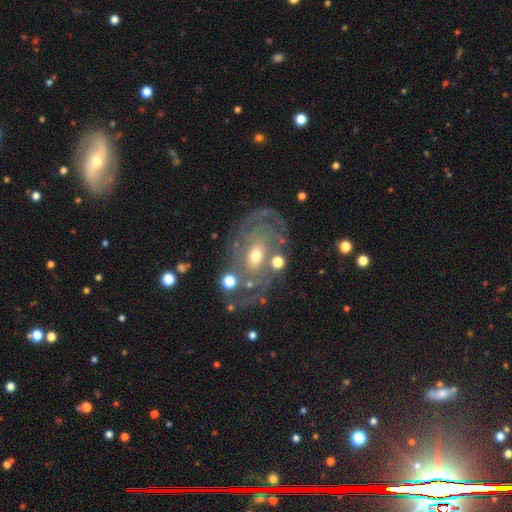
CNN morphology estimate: This is clearly a featured or disk galaxy (81%). It is clearly not viewed edge-on (95%). Bar: likely no (74%). Spiral arm pattern: clearly yes (85%). Spiral arm count: marginally can't tell (41%). Spiral winding: likely tight (67%). Central bulge: possibly moderate (48%). Merging: likely none (66%).